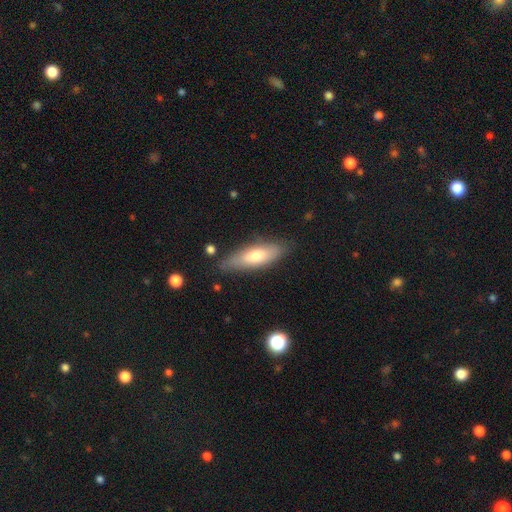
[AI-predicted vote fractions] A smooth galaxy with no disk features (65%) that is in between round and cigar-shaped (54%).

Vote fractions:
- Smooth or featured? smooth: 65% / featured or disk: 29% / star or artifact: 6%
- How rounded? in between: 54% / cigar-shaped: 44% / round: 2%
- Merging? none: 79% / minor disturbance: 15% / major disturbance: 3% / merger: 2%